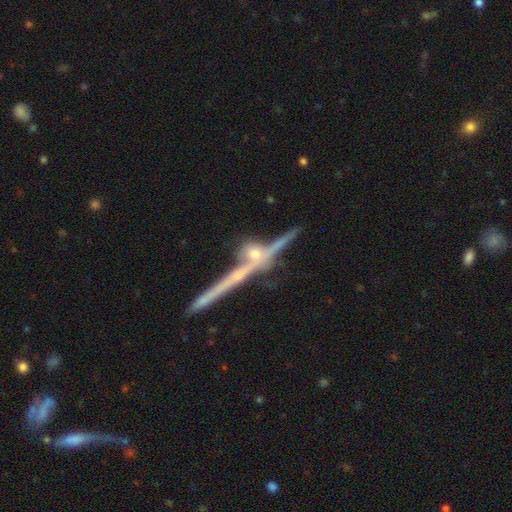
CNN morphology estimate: smooth-or-featured: featured or disk: 73% | smooth: 17% | star or artifact: 10%
  disk-edge-on: yes: 93% | no: 7%
    edge-on-bulge: rounded: 61% | none: 30% | boxy: 8%
  merging: none: 60% | merger: 25% | minor disturbance: 10% | major disturbance: 4%